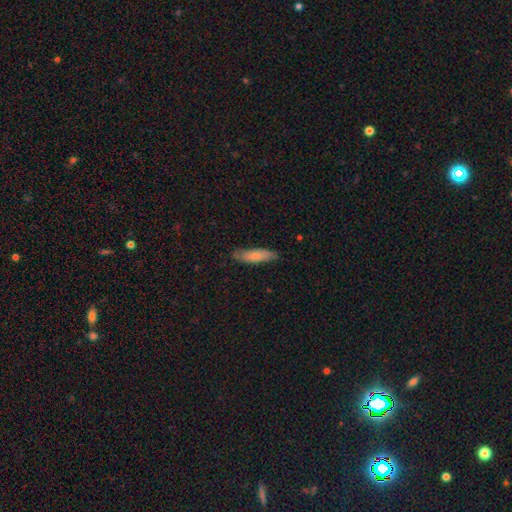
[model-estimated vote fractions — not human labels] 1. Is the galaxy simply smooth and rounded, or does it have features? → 79% smooth, 15% featured or disk, 5% star or artifact.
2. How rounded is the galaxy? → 69% cigar-shaped, 30% in between, 1% round.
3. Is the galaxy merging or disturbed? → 82% none, 15% minor disturbance, 2% major disturbance, 1% merger.